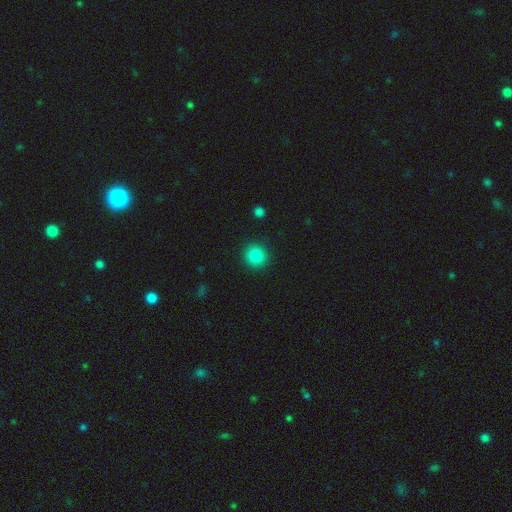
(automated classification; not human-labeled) This is clearly a smooth galaxy (85%). How rounded: clearly round (93%). Merging: clearly none (91%).